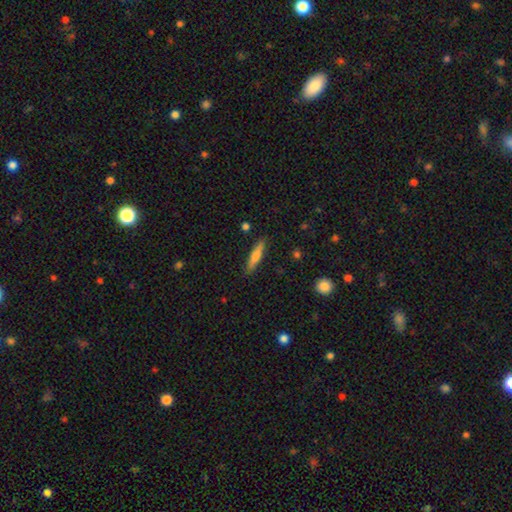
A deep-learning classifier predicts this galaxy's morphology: smooth 61%, featured or disk 33%, star or artifact 6%. Down the decision tree: how rounded — cigar-shaped (84%); merging — none (87%).